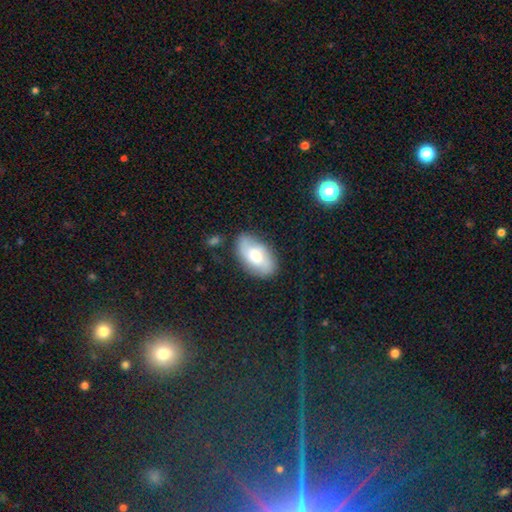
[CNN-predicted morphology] Overall: smooth (61%; featured or disk 32%). How rounded: in between (93%). Merging: none (79%).